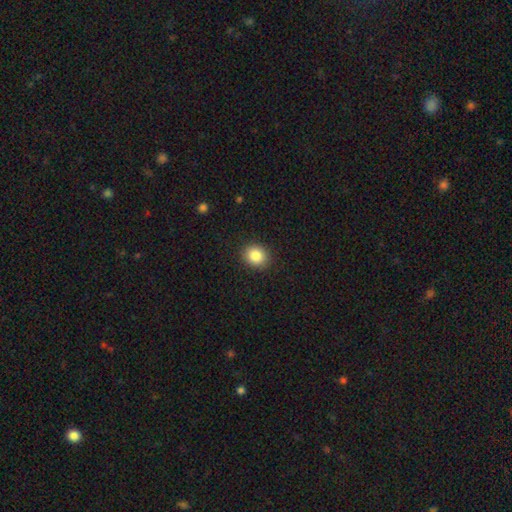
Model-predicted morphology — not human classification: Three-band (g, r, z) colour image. It shows a smooth galaxy with no disk features (85%) that is round (73%). Merging: none (90%).